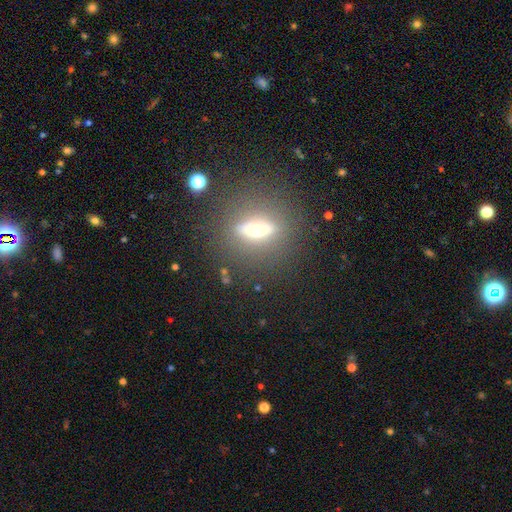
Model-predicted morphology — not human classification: smooth-or-featured: featured or disk: 38% | smooth: 37% | star or artifact: 25%
  merging: none: 87% | minor disturbance: 8% | major disturbance: 4% | merger: 2%